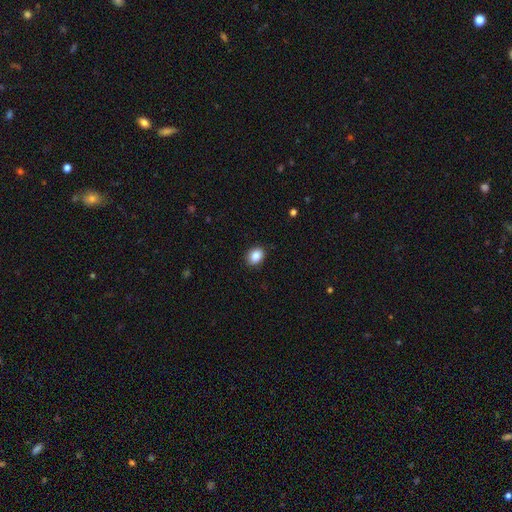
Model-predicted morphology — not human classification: Q: Smooth or featured?
A: smooth (87%); runner-up: star or artifact (9%)
Q: How rounded?
A: in between (58%); runner-up: round (41%)
Q: Merging?
A: none (89%); runner-up: minor disturbance (8%)